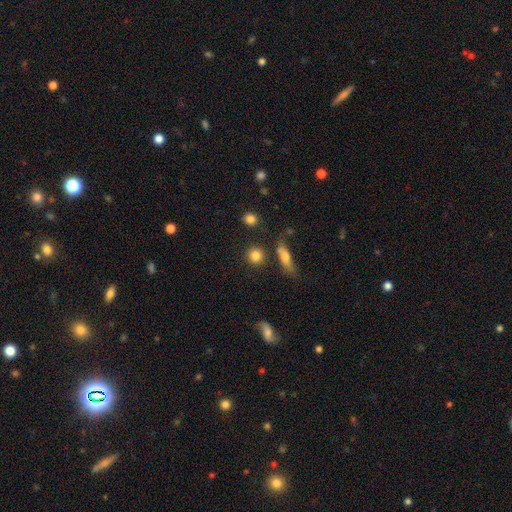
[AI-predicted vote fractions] Smooth or featured: smooth — 83% (star or artifact — 10%)
How rounded: round — 89% (in between — 9%)
Merging: none — 82% (minor disturbance — 8%)